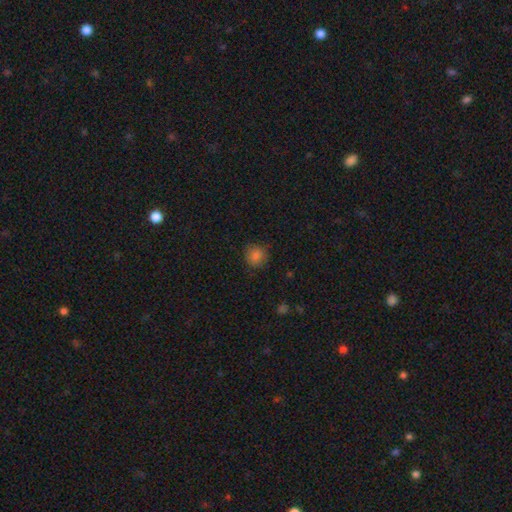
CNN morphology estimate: Smooth or featured?
  - smooth: 83% *
  - star or artifact: 11%
  - featured or disk: 6%
How rounded?
  - round: 85% *
  - in between: 14%
  - cigar-shaped: 1%
Merging?
  - none: 82% *
  - minor disturbance: 14%
  - major disturbance: 4%
  - merger: 1%